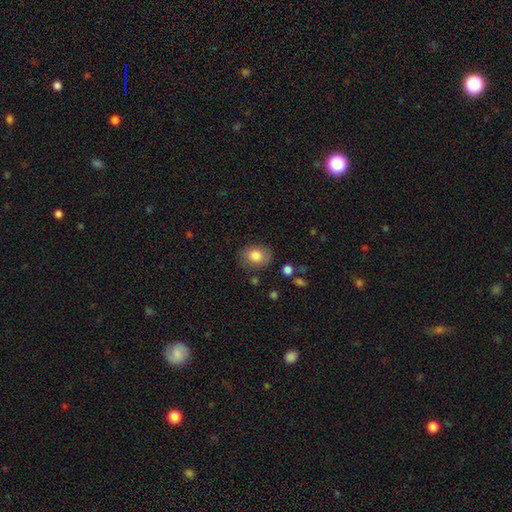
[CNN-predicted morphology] A smooth galaxy with no disk features (83%) that is in between round and cigar-shaped (52%). Merging: none (80%).